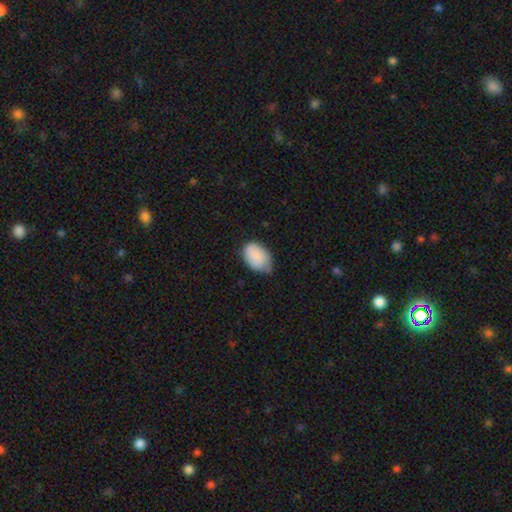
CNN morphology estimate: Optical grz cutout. It shows a smooth galaxy with no disk features (86%) that is in between round and cigar-shaped (88%). Merging: none (48%).